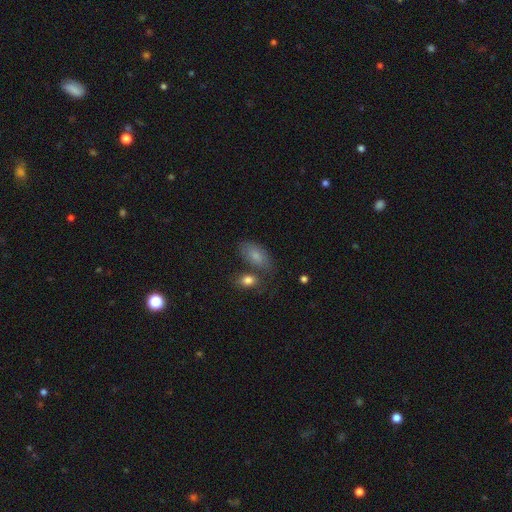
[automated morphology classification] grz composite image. It shows a smooth galaxy with no disk features (82%) that is in between round and cigar-shaped (92%). Merging: none (59%).